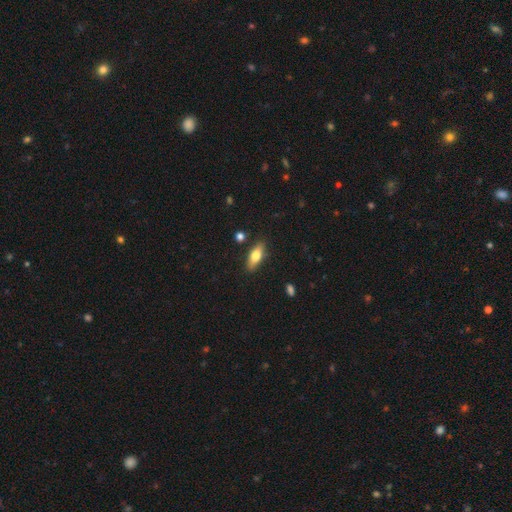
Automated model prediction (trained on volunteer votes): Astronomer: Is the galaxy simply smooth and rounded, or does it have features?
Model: smooth — 67%.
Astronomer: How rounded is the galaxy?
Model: in between — 66%.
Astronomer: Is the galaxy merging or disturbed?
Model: none — 85%.